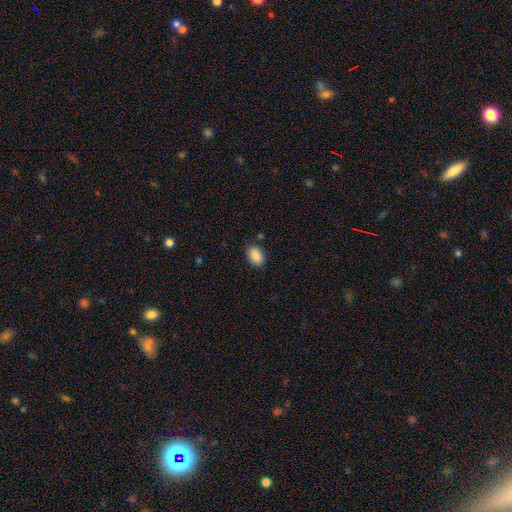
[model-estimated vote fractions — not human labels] Smooth or featured? smooth (89%)
How rounded? in between (87%)
Merging? none (85%)